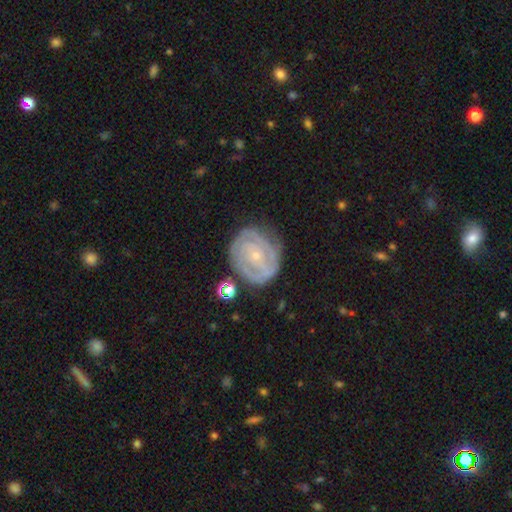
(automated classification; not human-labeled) Smooth or featured? Predicted: featured or disk (p=0.82). Edge-on disk? Predicted: no (p=0.97). Bar? Predicted: no (p=0.63). Spiral arms? Predicted: yes (p=0.93). Spiral winding? Predicted: tight (p=0.75). Spiral arm count? Predicted: 2 (p=0.36). Bulge size? Predicted: small (p=0.78). Merging? Predicted: none (p=0.73).